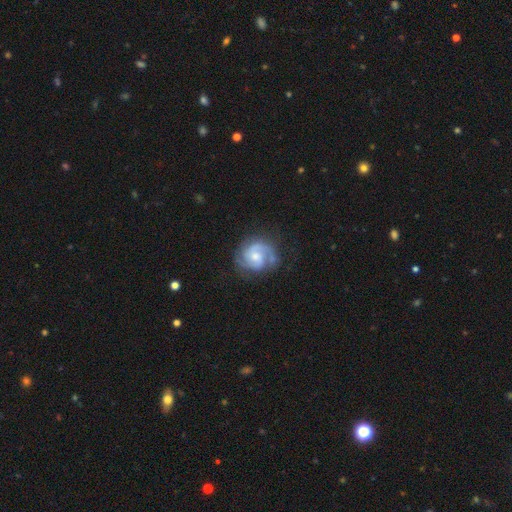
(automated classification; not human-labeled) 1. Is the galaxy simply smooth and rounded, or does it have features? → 82% featured or disk, 12% smooth, 5% star or artifact.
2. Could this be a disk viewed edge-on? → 98% no, 2% yes.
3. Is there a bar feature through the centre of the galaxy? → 62% no, 34% weak, 5% strong.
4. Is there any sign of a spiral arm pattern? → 96% yes, 4% no.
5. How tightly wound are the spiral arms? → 45% medium, 43% tight, 13% loose.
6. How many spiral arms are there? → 65% 2, 14% 3, 10% can't tell, 6% 1, 2% 4, 2% more than 4.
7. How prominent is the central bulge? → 51% moderate, 37% small, 6% large, 4% none, 1% dominant.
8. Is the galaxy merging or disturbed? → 70% none, 19% minor disturbance, 9% major disturbance, 2% merger.